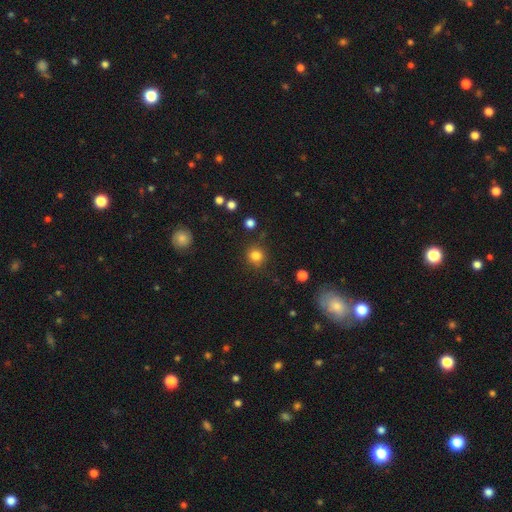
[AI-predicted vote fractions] Smooth or featured? smooth (82%)
How rounded? round (90%)
Merging? none (85%)